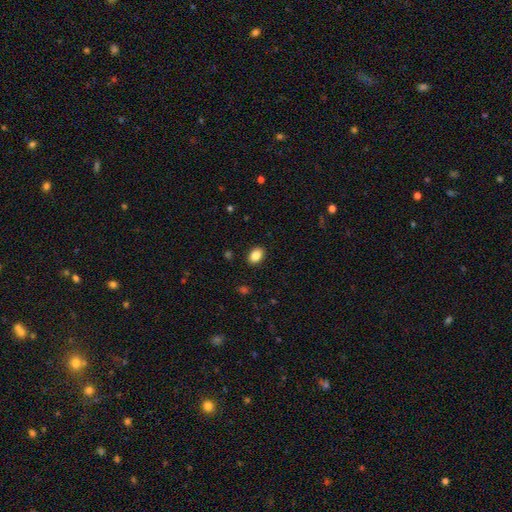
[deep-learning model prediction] A smooth galaxy with no disk features (87%) that is in between round and cigar-shaped (80%).

Vote fractions:
- Smooth or featured? smooth: 87% / star or artifact: 9% / featured or disk: 4%
- How rounded? in between: 80% / round: 19% / cigar-shaped: 1%
- Merging? none: 89% / minor disturbance: 7% / major disturbance: 2% / merger: 1%